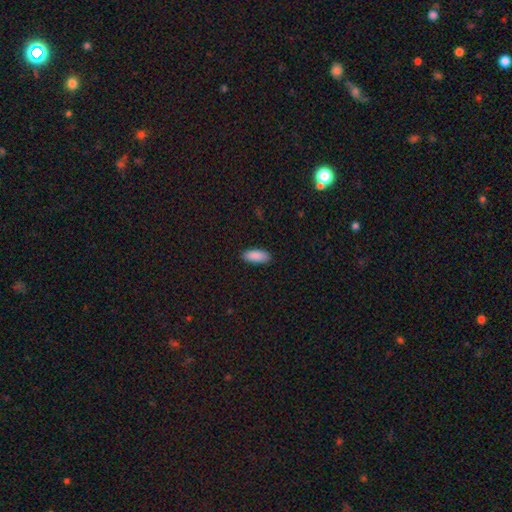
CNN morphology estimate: smooth 90%, star or artifact 6%, featured or disk 4%. Down the decision tree: how rounded — in between (84%); merging — none (88%).